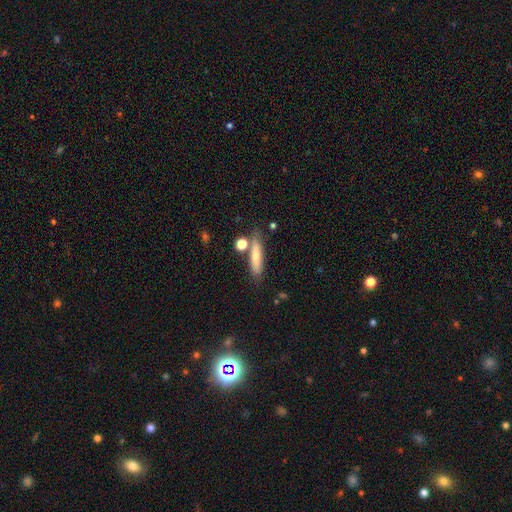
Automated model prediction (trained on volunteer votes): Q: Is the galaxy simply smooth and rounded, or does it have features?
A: smooth — 73%.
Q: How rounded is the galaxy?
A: cigar-shaped — 74%.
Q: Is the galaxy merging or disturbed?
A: none — 71%.